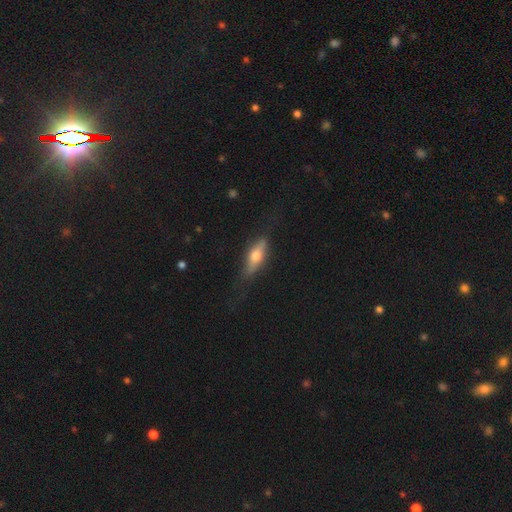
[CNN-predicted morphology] Smooth or featured? Predicted: smooth (p=0.48). Merging? Predicted: none (p=0.74).